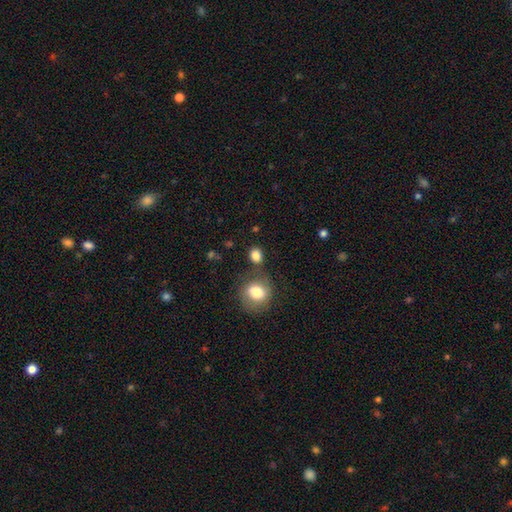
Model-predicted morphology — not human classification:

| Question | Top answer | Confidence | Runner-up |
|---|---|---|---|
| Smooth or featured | smooth | 83% | star or artifact (11%) |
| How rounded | round | 65% | in between (33%) |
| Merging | none | 67% | merger (15%) |